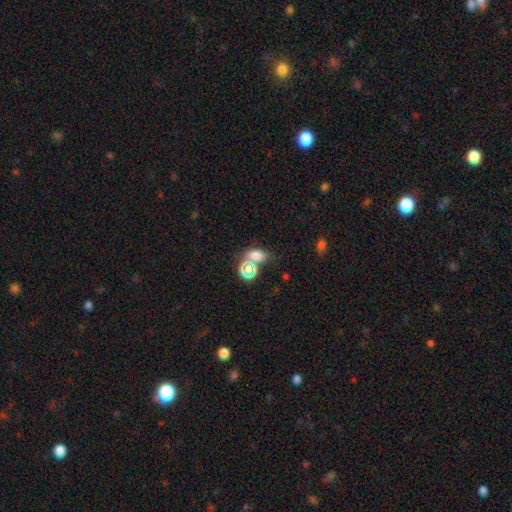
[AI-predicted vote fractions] A smooth galaxy with no disk features (66%) that is in between round and cigar-shaped (75%).

Vote fractions:
- Smooth or featured? smooth: 66% / star or artifact: 25% / featured or disk: 9%
- How rounded? in between: 75% / round: 22% / cigar-shaped: 3%
- Merging? none: 57% / merger: 22% / minor disturbance: 14% / major disturbance: 7%